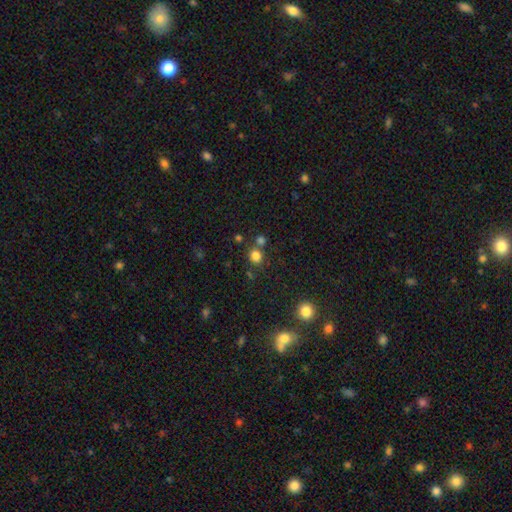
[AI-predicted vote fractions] smooth_or_featured: smooth (p=0.79) [alt: star or artifact p=0.15]
how_rounded: round (p=0.80) [alt: in between p=0.19]
merging: none (p=0.70) [alt: merger p=0.18]